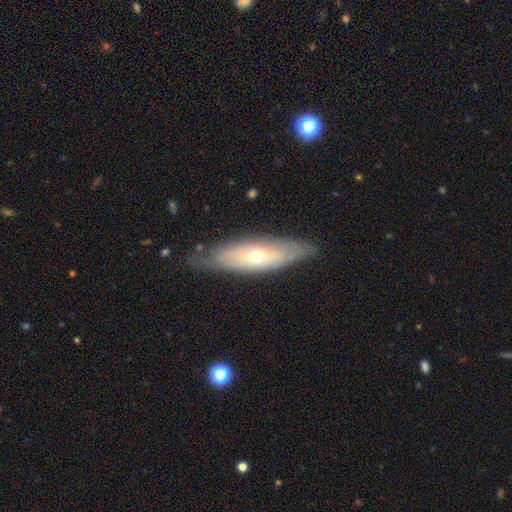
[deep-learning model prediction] This is possibly a featured or disk galaxy (52%). It is possibly not viewed edge-on (58%). Merging: likely none (76%).